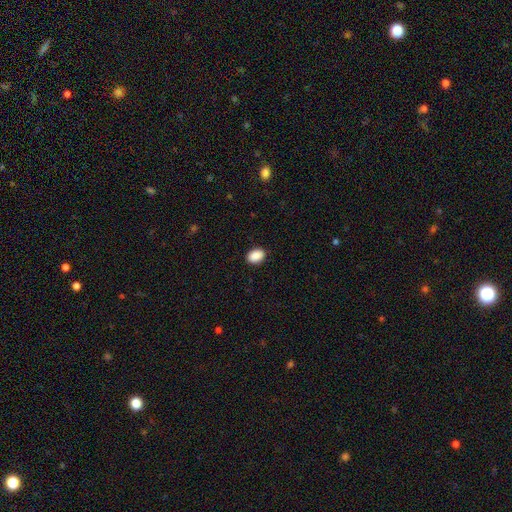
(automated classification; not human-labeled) Smooth or featured?
  - smooth: 90% *
  - star or artifact: 7%
  - featured or disk: 3%
How rounded?
  - in between: 82% *
  - round: 17%
  - cigar-shaped: 1%
Merging?
  - none: 90% *
  - minor disturbance: 8%
  - major disturbance: 2%
  - merger: 1%